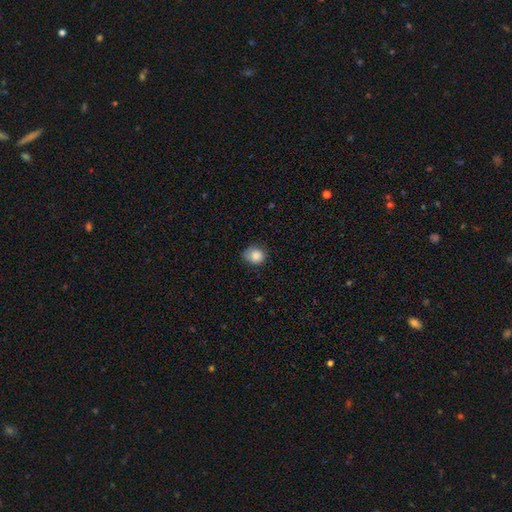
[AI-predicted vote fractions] The model was most divided on "merging": none: 66%, minor disturbance: 27%, major disturbance: 5%, merger: 1%. More confident: smooth or featured — smooth (86%); how rounded — round (73%).